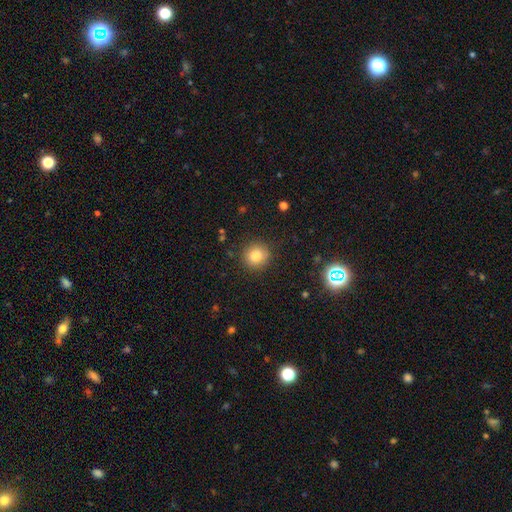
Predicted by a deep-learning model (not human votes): Smooth or featured? Predicted: smooth (p=0.82). How rounded? Predicted: round (p=0.90). Merging? Predicted: none (p=0.87).